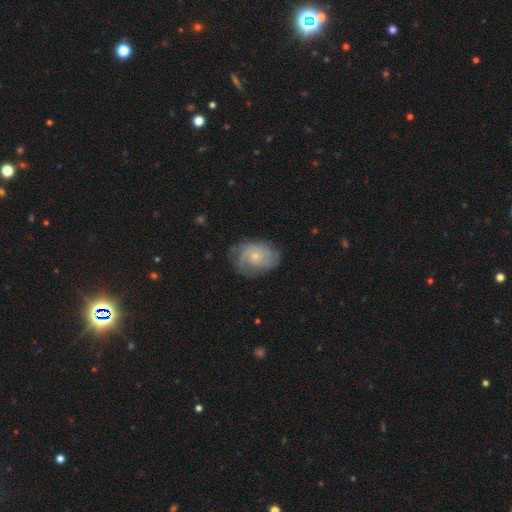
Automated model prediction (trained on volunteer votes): Q: Smooth or featured?
A: featured or disk (67%); runner-up: smooth (26%)
Q: Edge-on disk?
A: no (97%); runner-up: yes (3%)
Q: Bar?
A: no (80%); runner-up: weak (18%)
Q: Spiral arms?
A: yes (89%); runner-up: no (11%)
Q: Spiral winding?
A: tight (53%); runner-up: medium (33%)
Q: Spiral arm count?
A: can't tell (39%); runner-up: 2 (24%)
Q: Bulge size?
A: small (71%); runner-up: moderate (24%)
Q: Merging?
A: none (65%); runner-up: minor disturbance (23%)